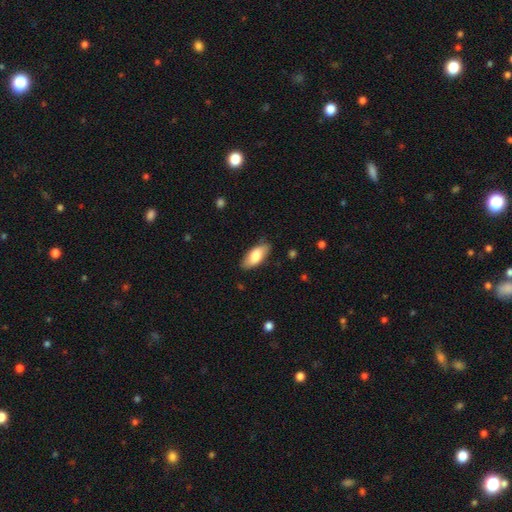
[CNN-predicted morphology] Smooth or featured? smooth (77%)
How rounded? in between (87%)
Merging? none (83%)